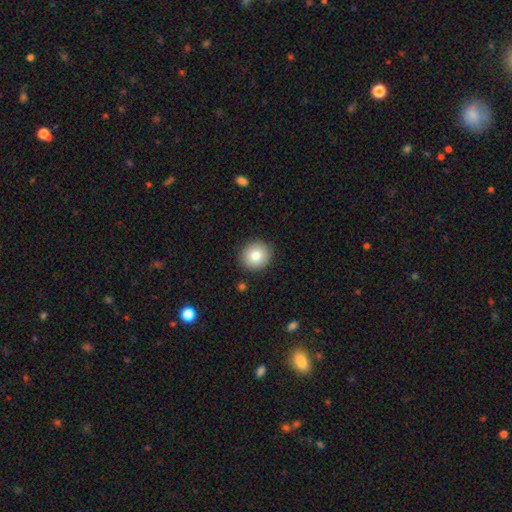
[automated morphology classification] Smooth or featured? smooth (81%)
How rounded? round (89%)
Merging? none (88%)